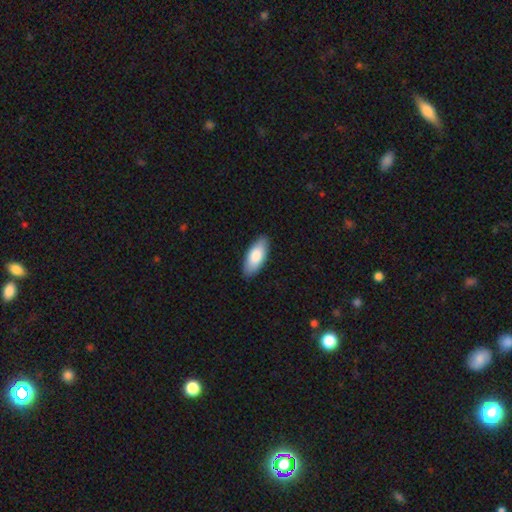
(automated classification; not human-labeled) A smooth galaxy with no disk features (82%) that is in between round and cigar-shaped (86%).

Vote fractions:
- Smooth or featured? smooth: 82% / featured or disk: 13% / star or artifact: 5%
- How rounded? in between: 86% / cigar-shaped: 12% / round: 2%
- Merging? none: 89% / minor disturbance: 9% / major disturbance: 2% / merger: 1%